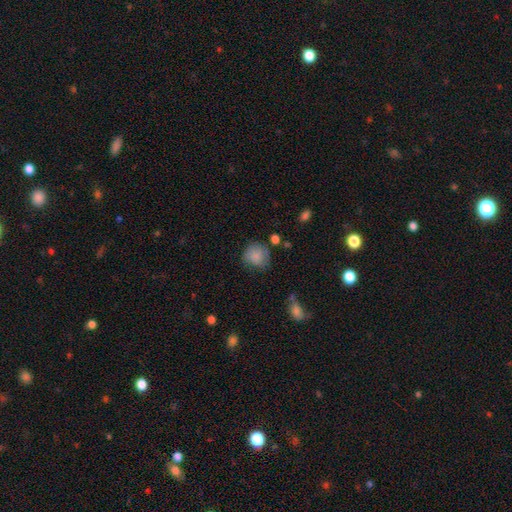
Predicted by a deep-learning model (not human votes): smooth 80%, featured or disk 11%, star or artifact 8%. Down the decision tree: how rounded — round (78%); merging — none (60%).